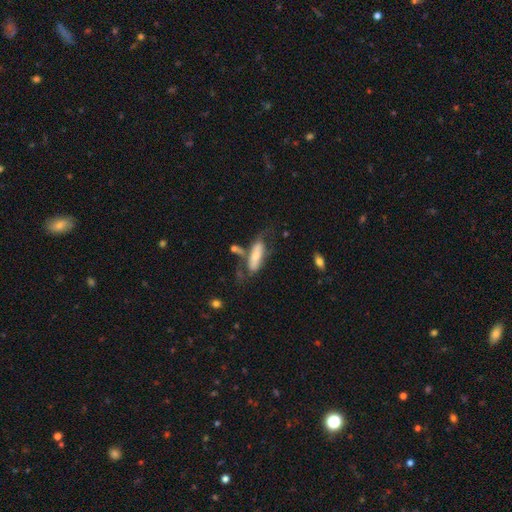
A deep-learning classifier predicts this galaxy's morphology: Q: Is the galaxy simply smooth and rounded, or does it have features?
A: smooth — 52%.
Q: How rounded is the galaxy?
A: in between — 63%.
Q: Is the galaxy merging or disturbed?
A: none — 37%.